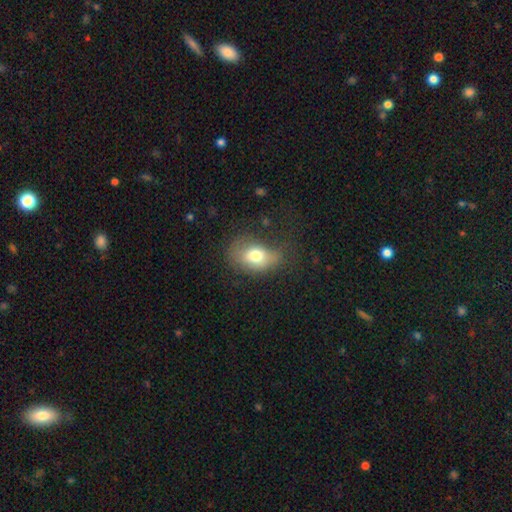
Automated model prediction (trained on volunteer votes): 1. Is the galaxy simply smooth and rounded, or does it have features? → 72% smooth, 18% featured or disk, 10% star or artifact.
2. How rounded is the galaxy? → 80% in between, 18% round, 2% cigar-shaped.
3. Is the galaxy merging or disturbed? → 47% none, 31% minor disturbance, 20% major disturbance, 2% merger.